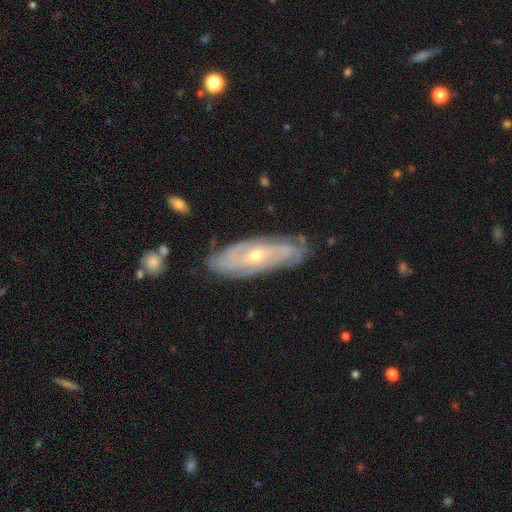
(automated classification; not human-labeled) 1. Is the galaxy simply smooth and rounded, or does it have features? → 81% featured or disk, 13% smooth, 6% star or artifact.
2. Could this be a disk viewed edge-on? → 81% no, 19% yes.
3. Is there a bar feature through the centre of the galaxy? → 62% no, 29% weak, 9% strong.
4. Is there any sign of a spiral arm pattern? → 91% yes, 9% no.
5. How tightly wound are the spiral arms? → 66% tight, 26% medium, 8% loose.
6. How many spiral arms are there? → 46% can't tell, 23% 2, 13% 3, 9% 4, 5% more than 4, 4% 1.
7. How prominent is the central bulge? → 49% small, 48% moderate, 1% large, 1% none, 1% dominant.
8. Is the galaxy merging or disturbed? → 81% none, 14% minor disturbance, 3% major disturbance, 1% merger.